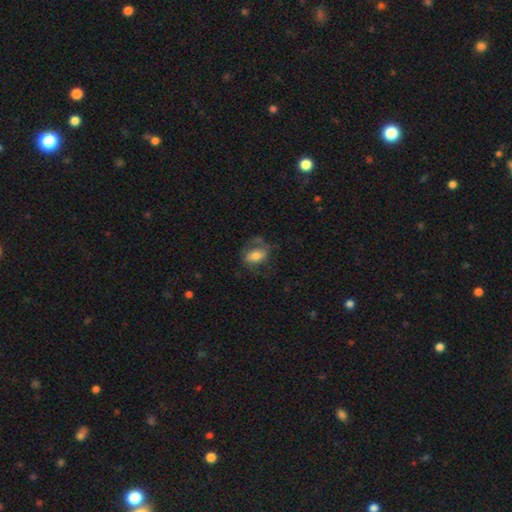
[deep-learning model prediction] smooth-or-featured: smooth: 57% | featured or disk: 35% | star or artifact: 8%
  how-rounded: in between: 81% | round: 16% | cigar-shaped: 3%
  merging: none: 48% | minor disturbance: 25% | major disturbance: 24% | merger: 3%